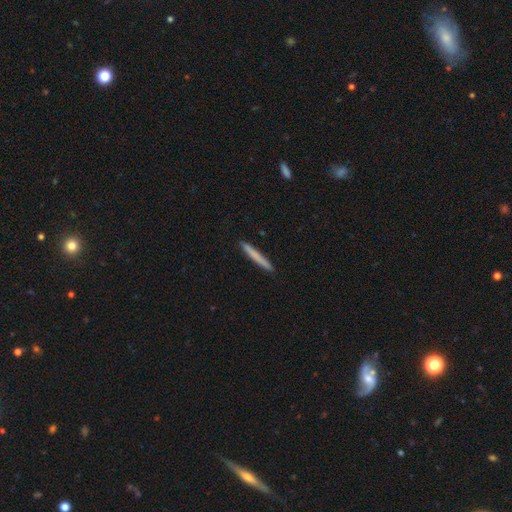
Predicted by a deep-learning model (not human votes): Smooth or featured?
  - smooth: 74% *
  - featured or disk: 20%
  - star or artifact: 6%
How rounded?
  - cigar-shaped: 97% *
  - in between: 2%
  - round: 1%
Merging?
  - none: 92% *
  - minor disturbance: 6%
  - major disturbance: 1%
  - merger: 1%